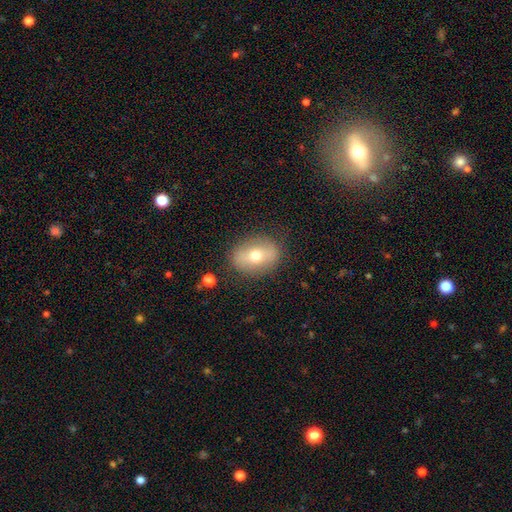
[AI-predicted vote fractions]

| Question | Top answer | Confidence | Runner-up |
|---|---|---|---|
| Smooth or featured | smooth | 59% | featured or disk (32%) |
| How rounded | in between | 64% | round (34%) |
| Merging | none | 82% | minor disturbance (12%) |